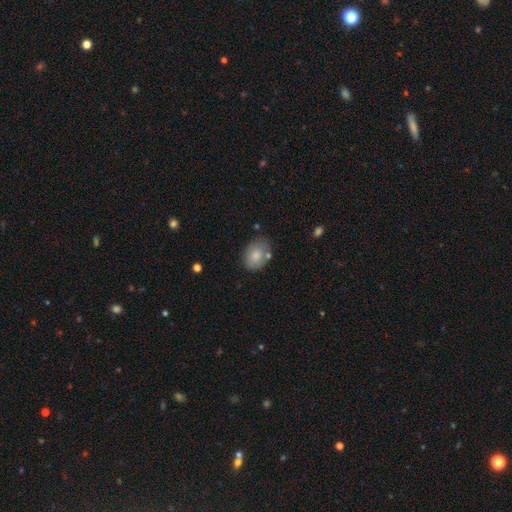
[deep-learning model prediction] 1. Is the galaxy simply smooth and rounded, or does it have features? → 79% smooth, 13% featured or disk, 7% star or artifact.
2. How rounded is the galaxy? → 73% in between, 26% round, 1% cigar-shaped.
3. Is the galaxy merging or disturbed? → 69% none, 20% minor disturbance, 6% merger, 5% major disturbance.